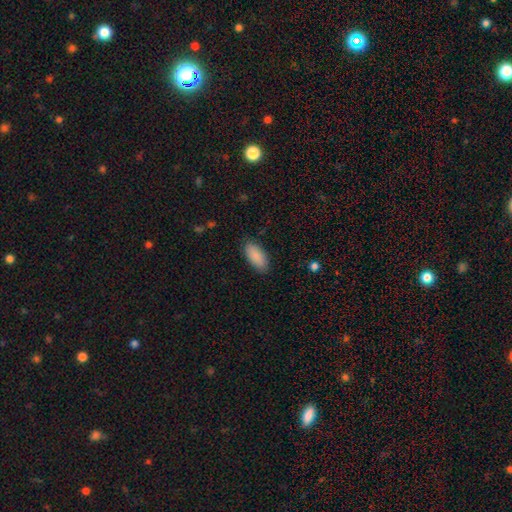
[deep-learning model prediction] A smooth galaxy with no disk features (90%) that is in between round and cigar-shaped (90%). Merging: none (87%).